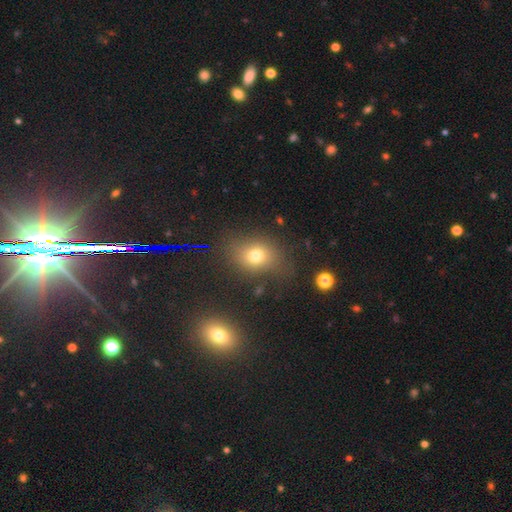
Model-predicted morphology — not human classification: Q: Smooth or featured?
A: smooth (71%); runner-up: star or artifact (17%)
Q: How rounded?
A: in between (50%); runner-up: round (49%)
Q: Merging?
A: none (74%); runner-up: minor disturbance (15%)